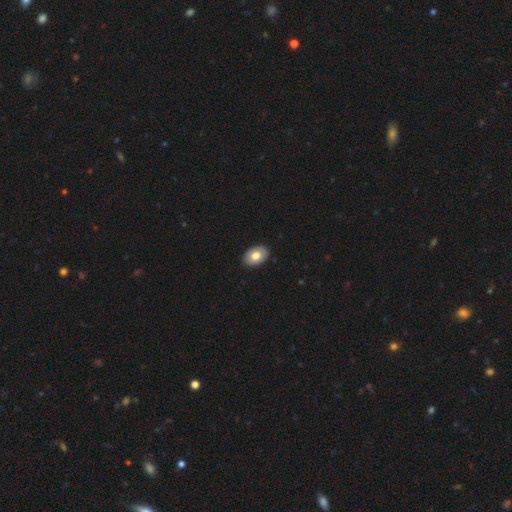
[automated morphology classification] smooth 74%, featured or disk 20%, star or artifact 6%. Down the decision tree: how rounded — in between (88%); merging — none (89%).